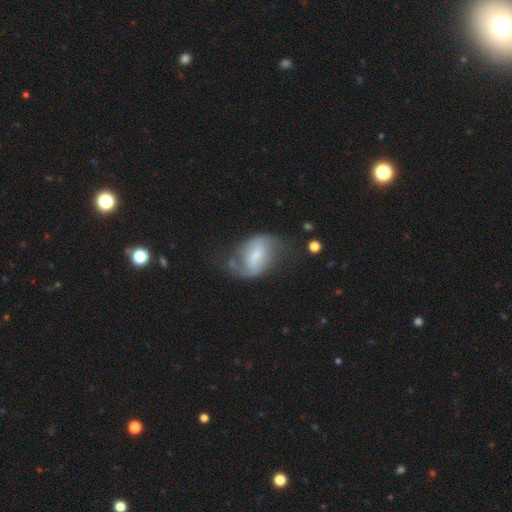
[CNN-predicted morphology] type=featured or disk (55%); edge-on=no (95%); bar=weak (47%); spiral arms=yes (76%); bulge=small (36%); merging=none (44%).